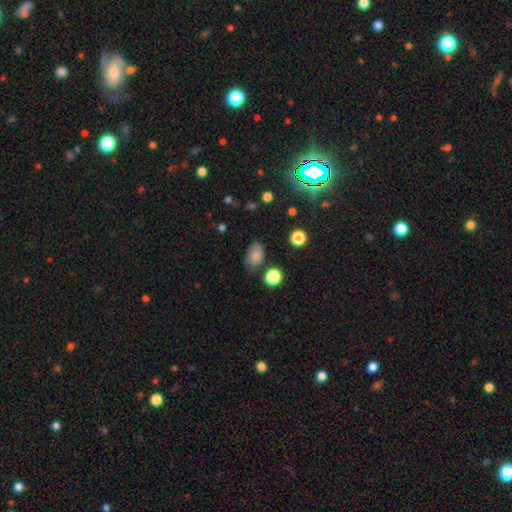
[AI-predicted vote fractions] Q: Smooth or featured?
A: smooth (82%); runner-up: star or artifact (12%)
Q: How rounded?
A: in between (87%); runner-up: round (12%)
Q: Merging?
A: none (69%); runner-up: minor disturbance (22%)